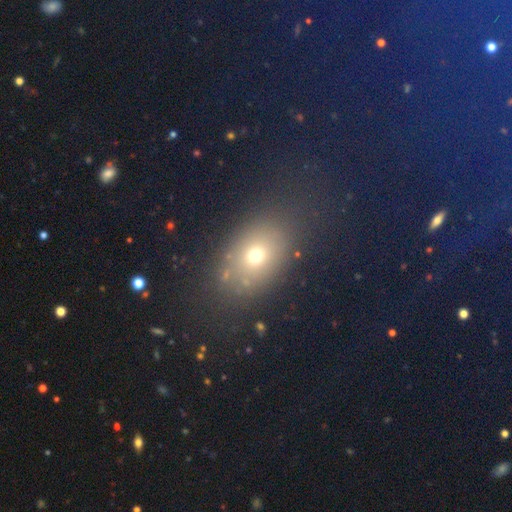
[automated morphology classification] This appears to be a smooth galaxy with no disk features (68%) that is in between round and cigar-shaped (63%). Merging: none (75%).